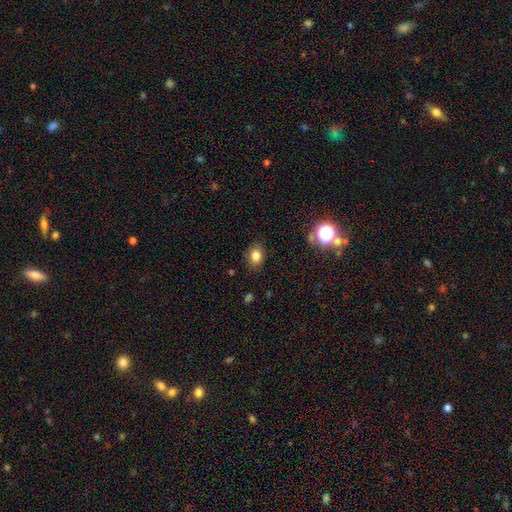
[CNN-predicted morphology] smooth_or_featured: smooth (p=0.81) [alt: star or artifact p=0.12]
how_rounded: in between (p=0.63) [alt: round p=0.36]
merging: none (p=0.84) [alt: minor disturbance p=0.12]